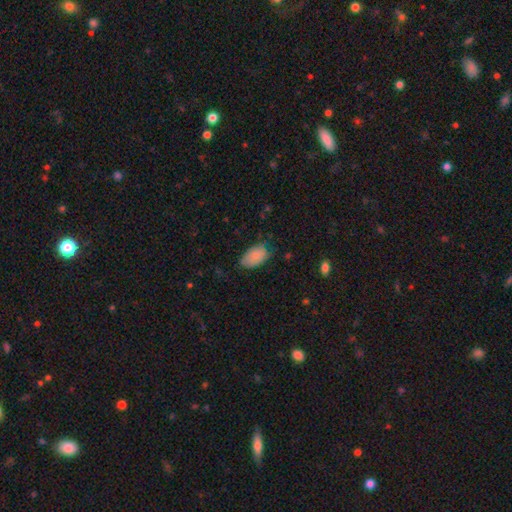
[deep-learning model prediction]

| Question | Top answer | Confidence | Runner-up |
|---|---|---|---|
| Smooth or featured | smooth | 85% | featured or disk (8%) |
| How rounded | in between | 93% | round (5%) |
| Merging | none | 63% | minor disturbance (29%) |